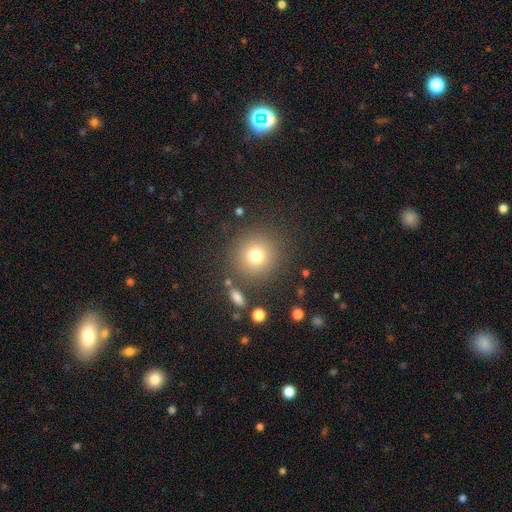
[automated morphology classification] type=smooth (74%); roundness=round (93%); merging=none (84%).